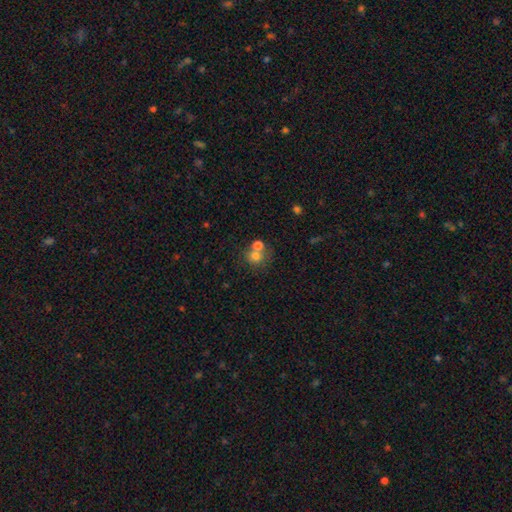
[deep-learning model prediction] This appears to be a smooth galaxy with no disk features (74%) that is round (82%). Merging: none (47%).